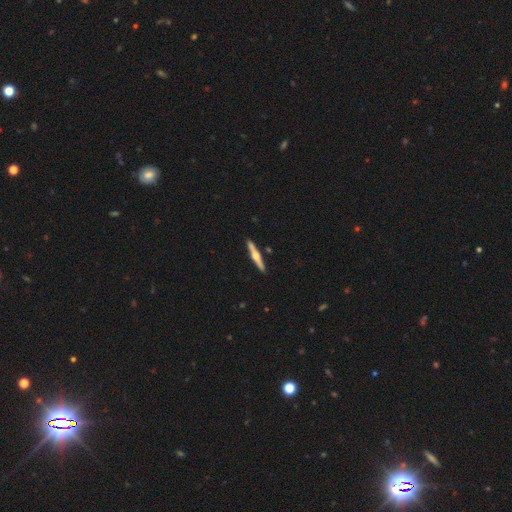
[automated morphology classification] featured or disk 69%, smooth 26%, star or artifact 5%. Down the decision tree: edge-on disk — yes (98%); edge-on bulge — rounded (92%); merging — none (90%).